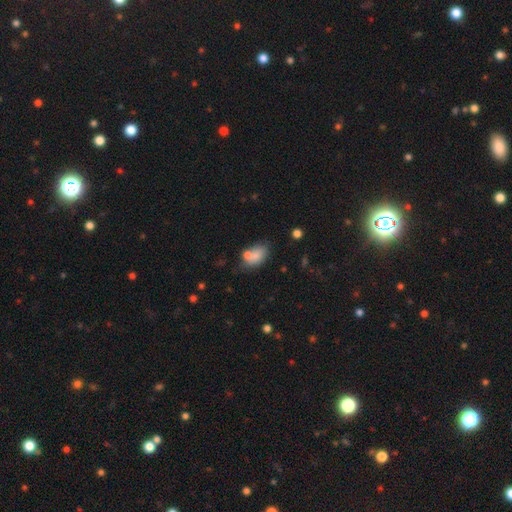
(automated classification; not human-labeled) Morphology: type=smooth (77%); roundness=in between (85%); merging=none (44%).